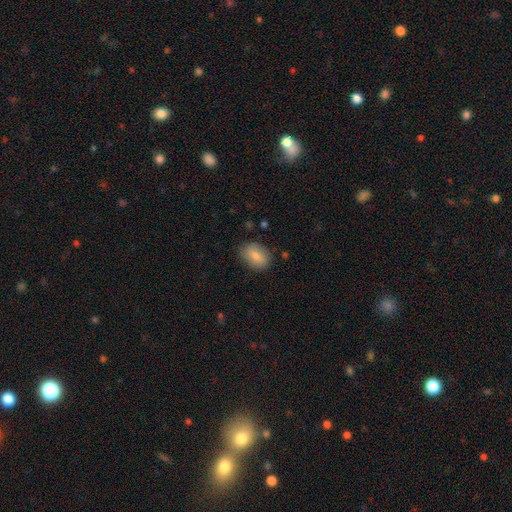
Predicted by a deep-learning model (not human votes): smooth_or_featured: smooth (p=0.82) [alt: featured or disk p=0.11]
how_rounded: in between (p=0.82) [alt: round p=0.17]
merging: none (p=0.82) [alt: minor disturbance p=0.14]